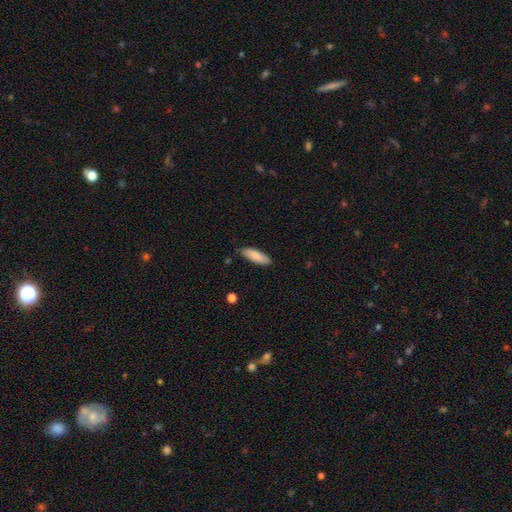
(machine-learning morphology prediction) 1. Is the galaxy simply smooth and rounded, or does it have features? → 81% smooth, 13% featured or disk, 6% star or artifact.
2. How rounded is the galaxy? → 56% in between, 42% cigar-shaped, 2% round.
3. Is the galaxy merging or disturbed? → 83% none, 13% minor disturbance, 2% major disturbance, 2% merger.